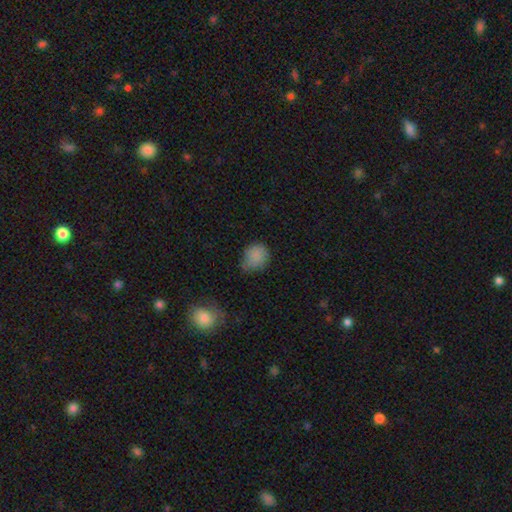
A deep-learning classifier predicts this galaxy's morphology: The model was most divided on "merging": none: 59%, minor disturbance: 32%, major disturbance: 7%, merger: 2%. More confident: smooth or featured — smooth (82%); how rounded — round (64%).